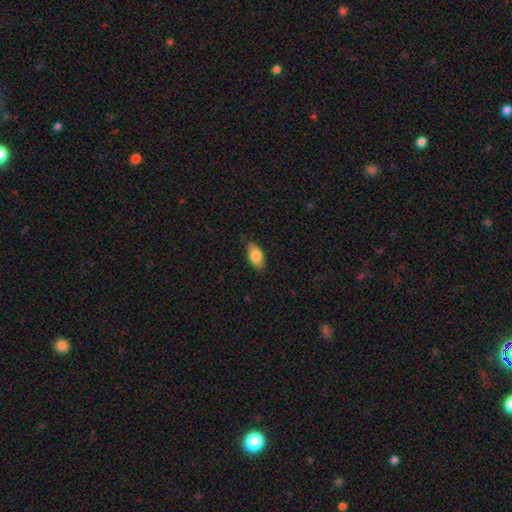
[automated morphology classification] A smooth galaxy with no disk features (82%) that is in between round and cigar-shaped (90%).

Vote fractions:
- Smooth or featured? smooth: 82% / featured or disk: 11% / star or artifact: 7%
- How rounded? in between: 90% / cigar-shaped: 6% / round: 4%
- Merging? none: 81% / minor disturbance: 15% / major disturbance: 3% / merger: 1%